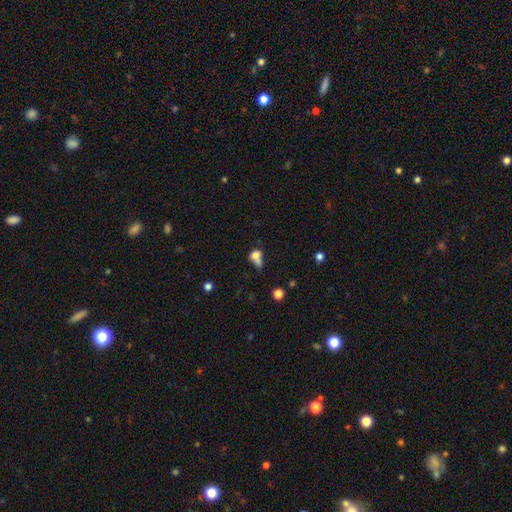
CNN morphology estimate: smooth_or_featured: smooth (p=0.71) [alt: featured or disk p=0.16]
how_rounded: in between (p=0.53) [alt: round p=0.43]
merging: merger (p=0.44) [alt: none p=0.24]